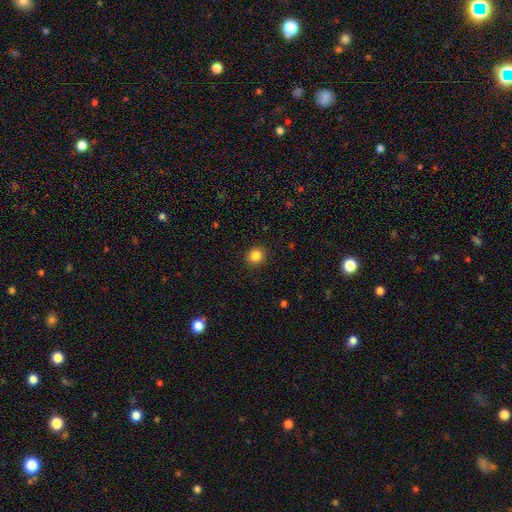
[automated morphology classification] This appears to be a smooth galaxy with no disk features (84%) that is round (91%). Merging: none (92%).